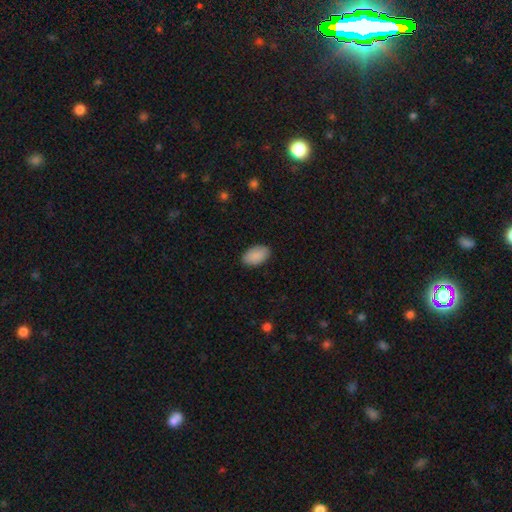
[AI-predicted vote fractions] This appears to be a smooth galaxy with no disk features (90%) that is in between round and cigar-shaped (94%). Merging: none (88%).